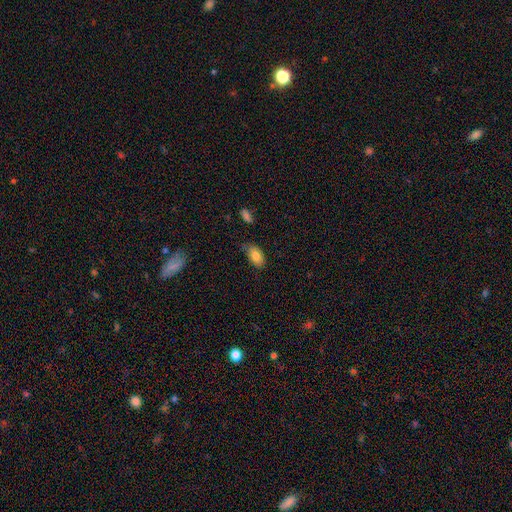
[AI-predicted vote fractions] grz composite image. It shows a smooth galaxy with no disk features (83%) that is in between round and cigar-shaped (92%). Merging: none (68%).